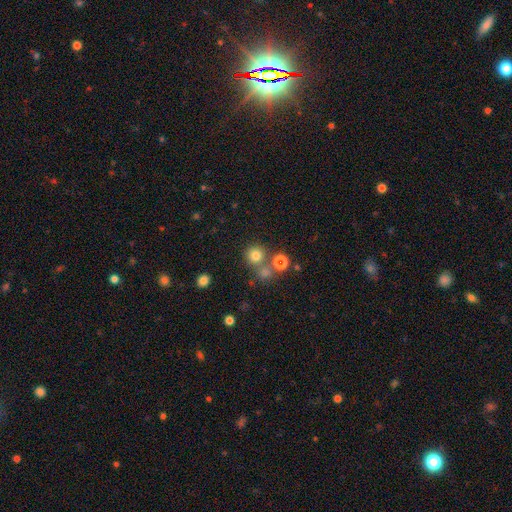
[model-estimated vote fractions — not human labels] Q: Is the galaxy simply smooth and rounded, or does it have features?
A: smooth — 76%.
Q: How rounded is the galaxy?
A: round — 92%.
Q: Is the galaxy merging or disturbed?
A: none — 70%.